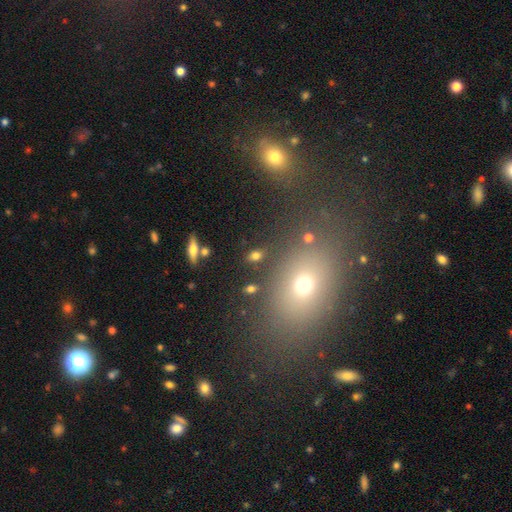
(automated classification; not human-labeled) smooth_or_featured: smooth (p=0.73) [alt: star or artifact p=0.17]
how_rounded: in between (p=0.75) [alt: round p=0.20]
merging: none (p=0.80) [alt: minor disturbance p=0.10]